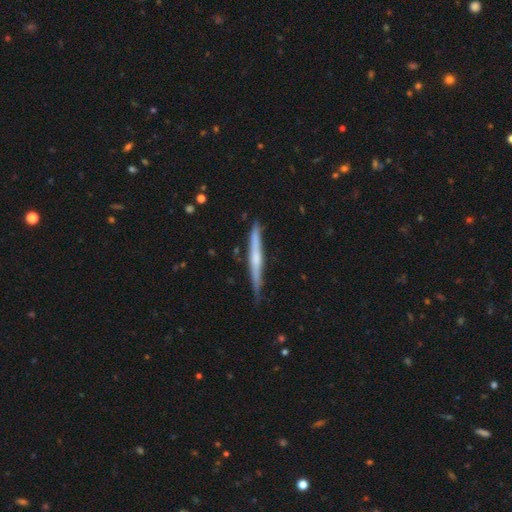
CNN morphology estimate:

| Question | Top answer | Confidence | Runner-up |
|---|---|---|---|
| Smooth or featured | featured or disk | 56% | smooth (38%) |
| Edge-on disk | yes | 97% | no (3%) |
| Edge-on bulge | none | 50% | rounded (42%) |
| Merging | none | 84% | minor disturbance (13%) |